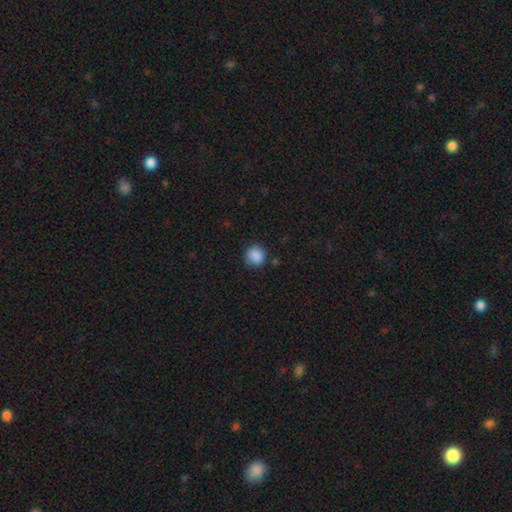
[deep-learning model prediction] A smooth galaxy with no disk features (88%) that is round (86%). Merging: none (82%).